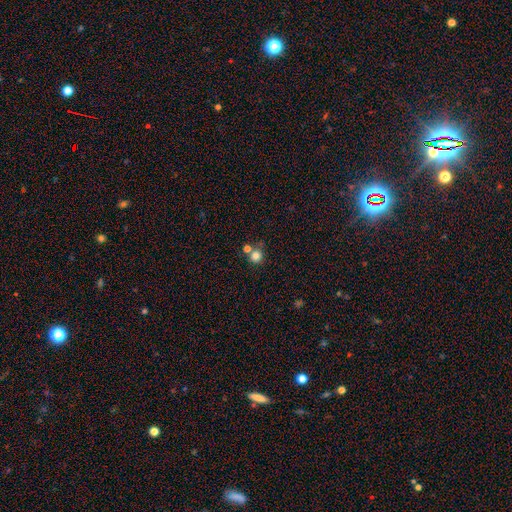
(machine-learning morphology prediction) smooth_or_featured: smooth (p=0.80) [alt: star or artifact p=0.13]
how_rounded: round (p=0.91) [alt: in between p=0.08]
merging: none (p=0.62) [alt: merger p=0.26]